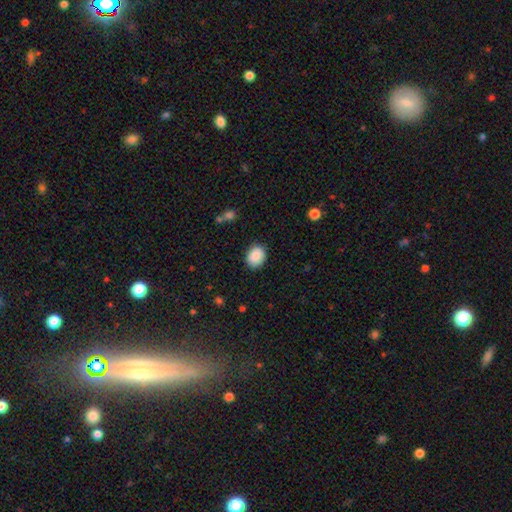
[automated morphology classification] smooth 88%, star or artifact 7%, featured or disk 5%. Down the decision tree: how rounded — in between (50%); merging — none (85%).